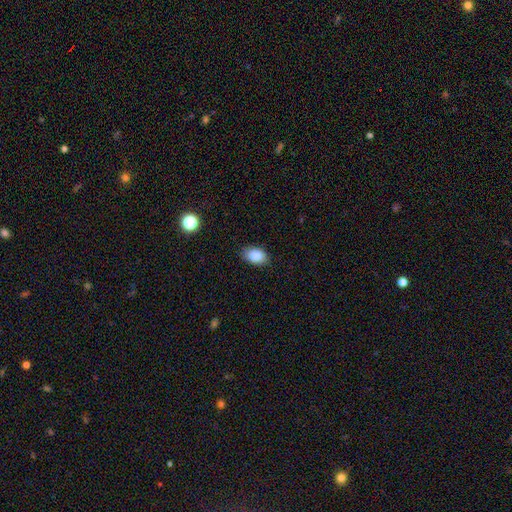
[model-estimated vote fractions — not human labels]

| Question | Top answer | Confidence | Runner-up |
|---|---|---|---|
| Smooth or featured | smooth | 87% | star or artifact (8%) |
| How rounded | in between | 86% | round (13%) |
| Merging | none | 83% | minor disturbance (13%) |